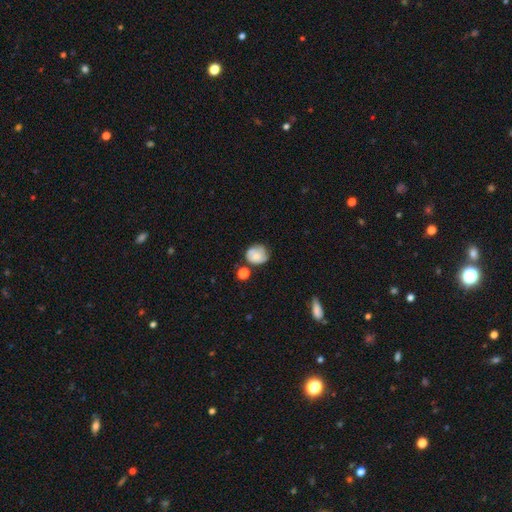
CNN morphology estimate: This appears to be a smooth galaxy with no disk features (62%) that is round (69%). Merging: none (54%).